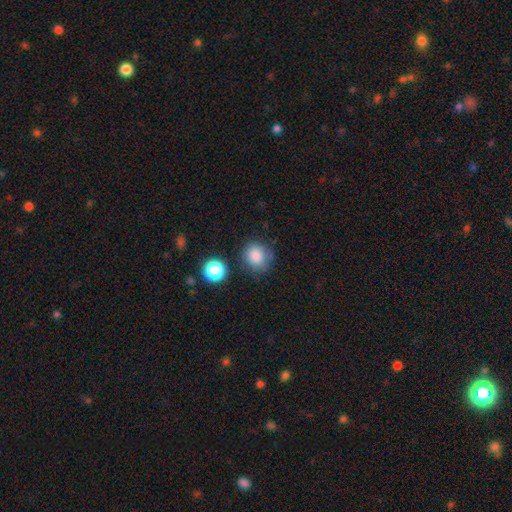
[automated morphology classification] smooth-or-featured: smooth: 84% | star or artifact: 10% | featured or disk: 6%
  how-rounded: round: 87% | in between: 12% | cigar-shaped: 1%
  merging: none: 74% | minor disturbance: 16% | major disturbance: 5% | merger: 5%